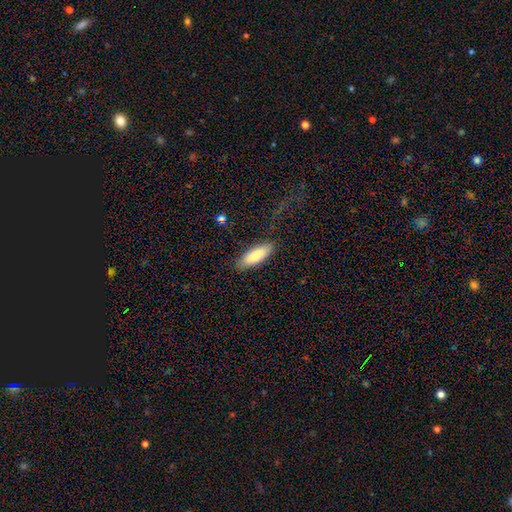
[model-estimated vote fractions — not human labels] A smooth galaxy with no disk features (83%) that is in between round and cigar-shaped (59%).

Vote fractions:
- Smooth or featured? smooth: 83% / featured or disk: 11% / star or artifact: 6%
- How rounded? in between: 59% / cigar-shaped: 39% / round: 2%
- Merging? none: 87% / minor disturbance: 10% / major disturbance: 2% / merger: 1%